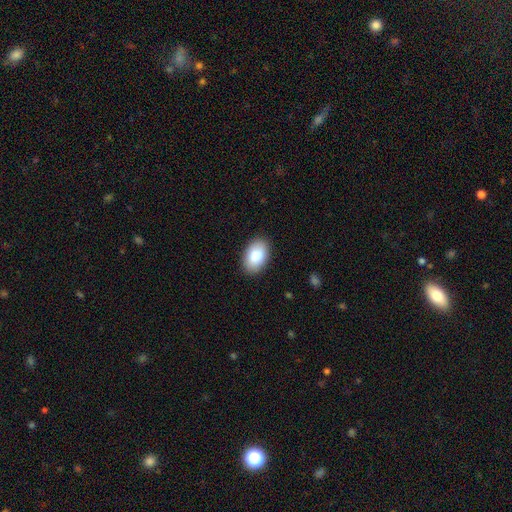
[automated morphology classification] smooth 85%, featured or disk 8%, star or artifact 6%. Down the decision tree: how rounded — in between (92%); merging — none (89%).